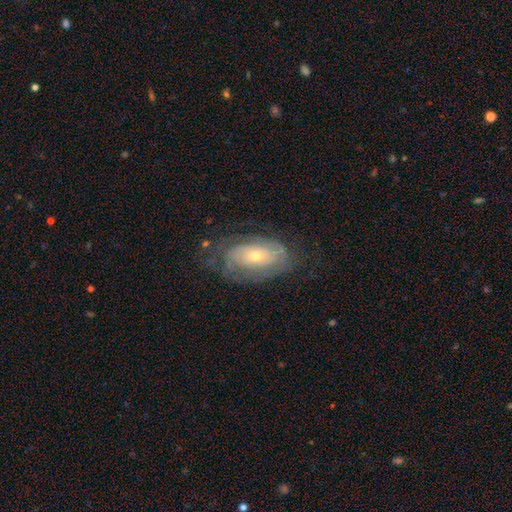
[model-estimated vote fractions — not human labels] Morphology: type=featured or disk (66%); edge-on=no (92%); bar=no (73%); spiral arms=yes (70%); bulge=small (50%); merging=none (60%).